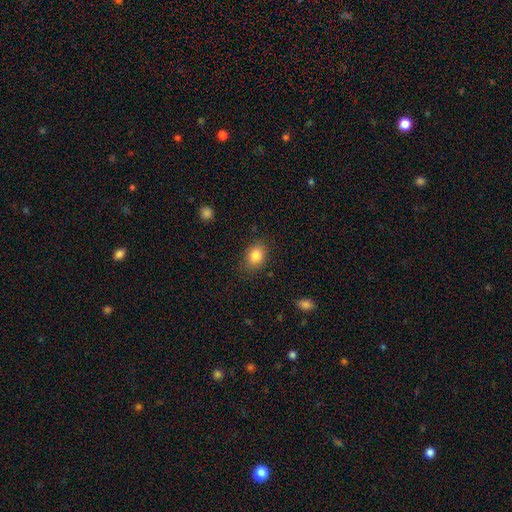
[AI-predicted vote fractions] This appears to be a smooth galaxy with no disk features (85%) that is in between round and cigar-shaped (62%). Merging: none (83%).